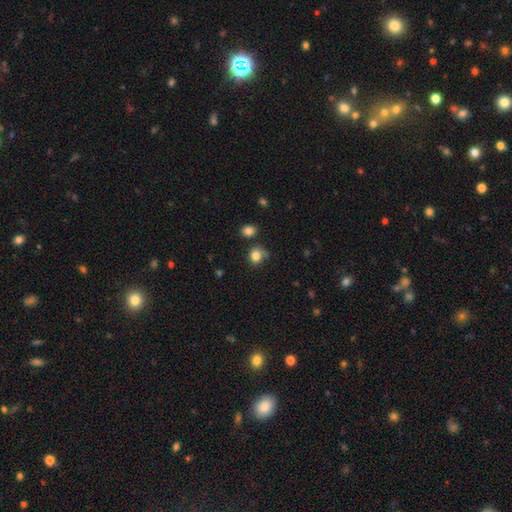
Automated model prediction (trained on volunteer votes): Smooth or featured: smooth — 82% (star or artifact — 11%)
How rounded: round — 73% (in between — 26%)
Merging: none — 58% (minor disturbance — 26%)